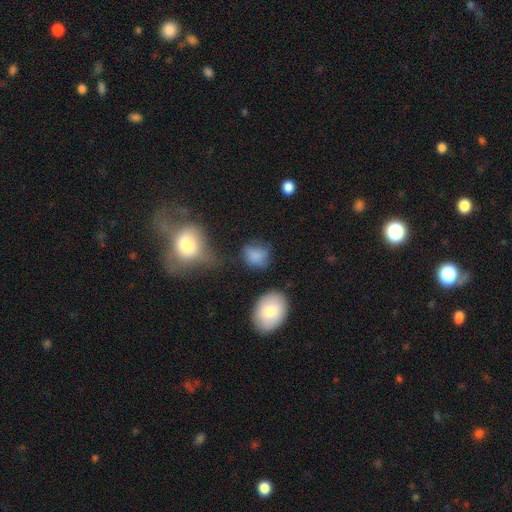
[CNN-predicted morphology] Smooth or featured? smooth (82%)
How rounded? round (56%)
Merging? none (57%)